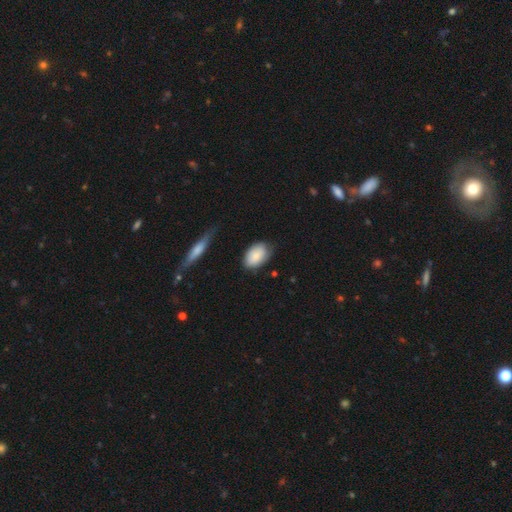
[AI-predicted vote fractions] A smooth galaxy with no disk features (82%) that is in between round and cigar-shaped (89%).

Vote fractions:
- Smooth or featured? smooth: 82% / featured or disk: 12% / star or artifact: 7%
- How rounded? in between: 89% / round: 10% / cigar-shaped: 2%
- Merging? none: 67% / minor disturbance: 25% / major disturbance: 5% / merger: 3%